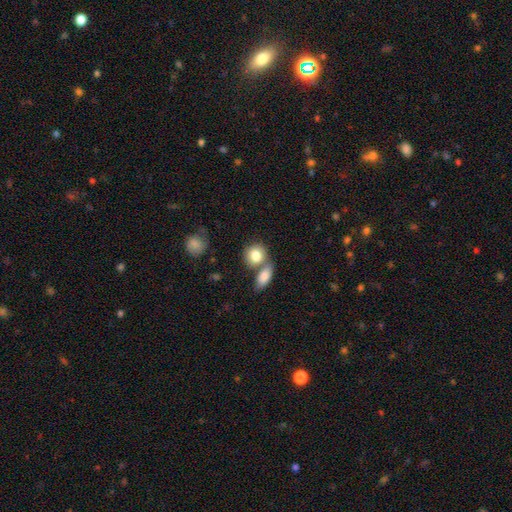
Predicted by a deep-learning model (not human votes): The model was most divided on "merging": merger: 46%, none: 41%, minor disturbance: 10%, major disturbance: 4%. More confident: smooth or featured — smooth (82%); how rounded — round (54%).